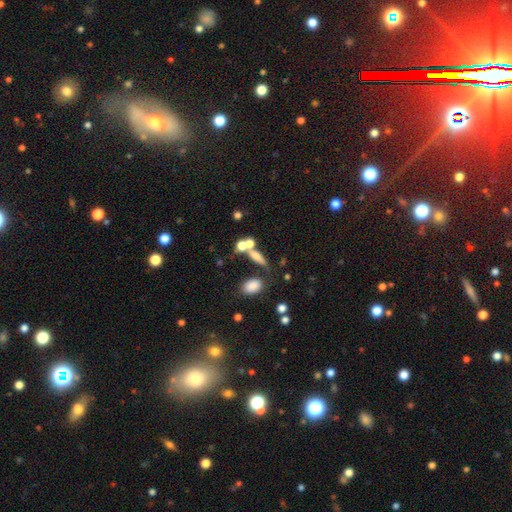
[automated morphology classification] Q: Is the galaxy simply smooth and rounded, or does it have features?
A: smooth — 62%.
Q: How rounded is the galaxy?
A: in between — 41%, tied with cigar-shaped.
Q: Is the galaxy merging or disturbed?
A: none — 44%.